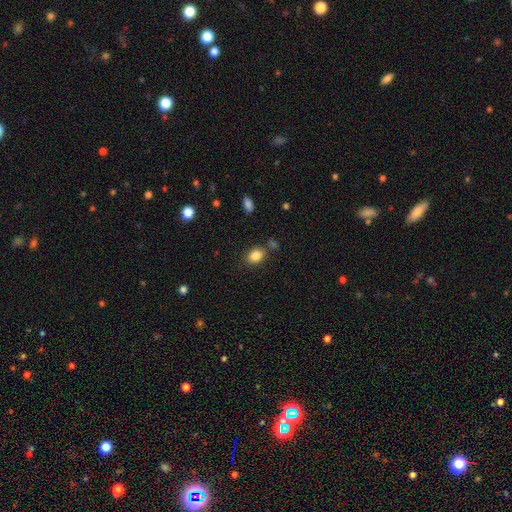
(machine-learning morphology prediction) Overall: smooth (85%). How rounded: in between (65%; round 34%). Merging: none (78%).